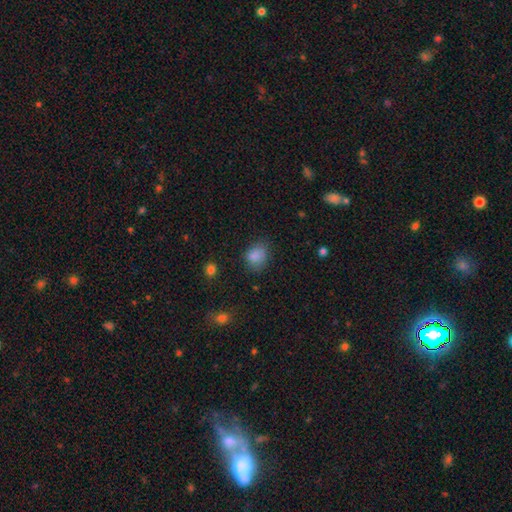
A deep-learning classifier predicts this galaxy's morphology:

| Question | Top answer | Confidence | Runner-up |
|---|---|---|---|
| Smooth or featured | smooth | 83% | star or artifact (11%) |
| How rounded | in between | 55% | round (44%) |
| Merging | none | 67% | minor disturbance (24%) |